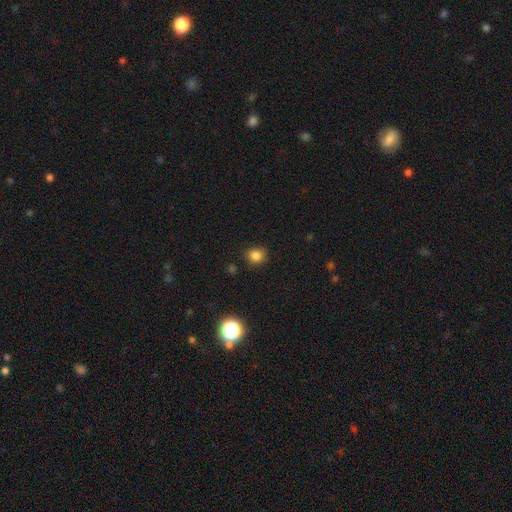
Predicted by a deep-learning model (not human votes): smooth 82%, star or artifact 14%, featured or disk 4%. Down the decision tree: how rounded — round (82%); merging — none (86%).